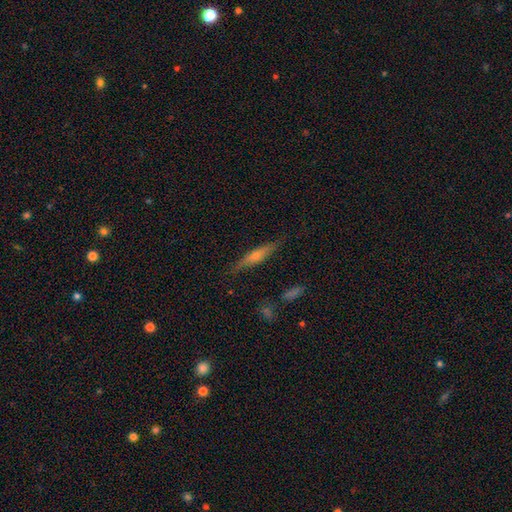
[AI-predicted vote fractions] Q: Smooth or featured?
A: featured or disk (50%); runner-up: smooth (42%)
Q: Edge-on disk?
A: yes (93%); runner-up: no (7%)
Q: Merging?
A: none (83%); runner-up: minor disturbance (12%)